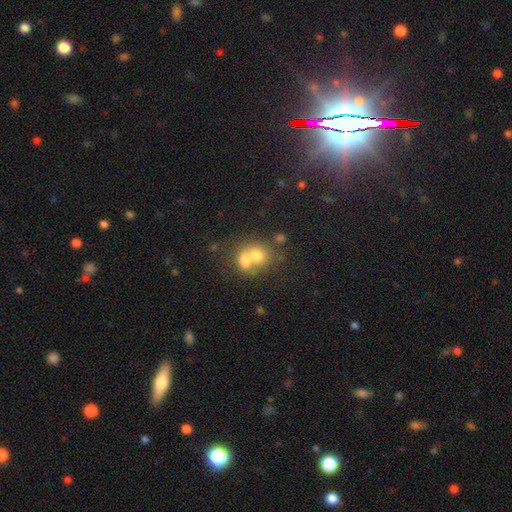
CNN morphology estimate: type=smooth (68%); roundness=round (62%); merging=merger (65%).